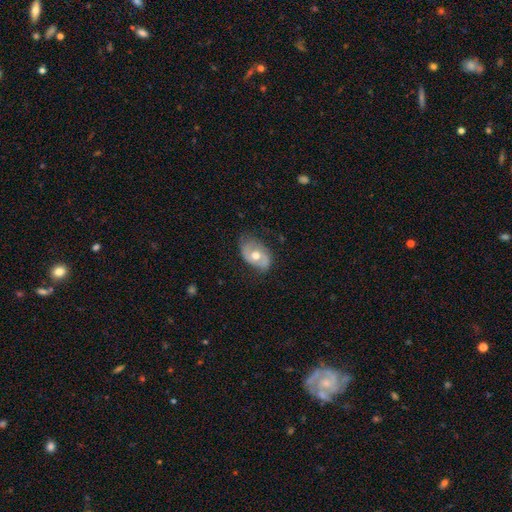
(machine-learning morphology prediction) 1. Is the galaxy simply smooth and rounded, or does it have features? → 53% featured or disk, 41% smooth, 6% star or artifact.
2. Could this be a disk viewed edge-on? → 93% no, 7% yes.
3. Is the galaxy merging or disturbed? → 63% none, 27% minor disturbance, 9% major disturbance, 1% merger.